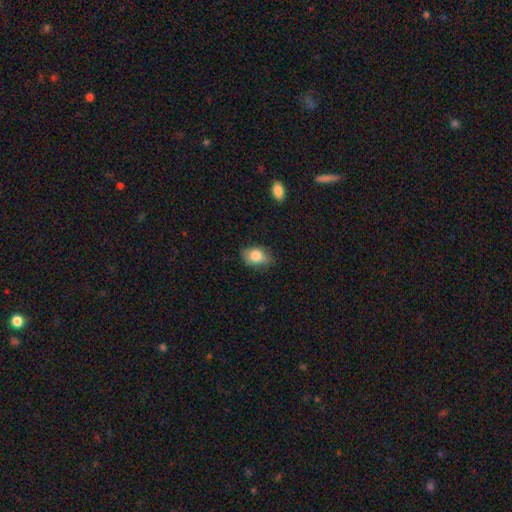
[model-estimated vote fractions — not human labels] This is clearly a smooth galaxy (81%). How rounded: clearly in between (80%). Merging: likely none (71%).